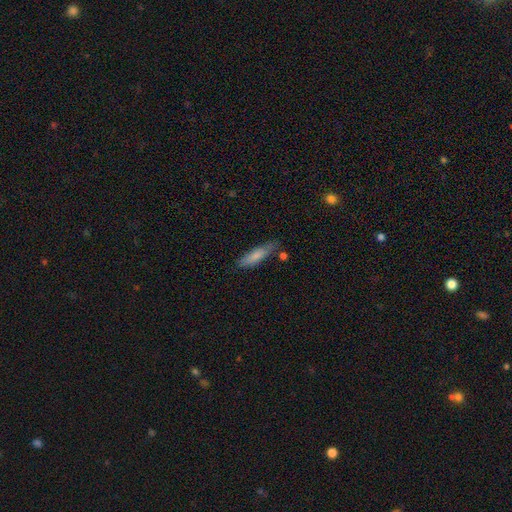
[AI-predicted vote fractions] This is likely a smooth galaxy (79%). How rounded: likely cigar-shaped (70%). Merging: likely none (72%).